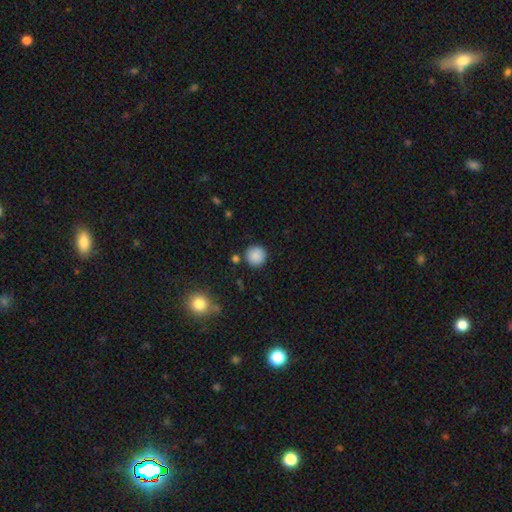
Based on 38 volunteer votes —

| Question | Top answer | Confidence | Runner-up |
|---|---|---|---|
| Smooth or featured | smooth | 92% | featured or disk (8%) |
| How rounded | round | 100% | — |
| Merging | none | 89% | merger (5%) |